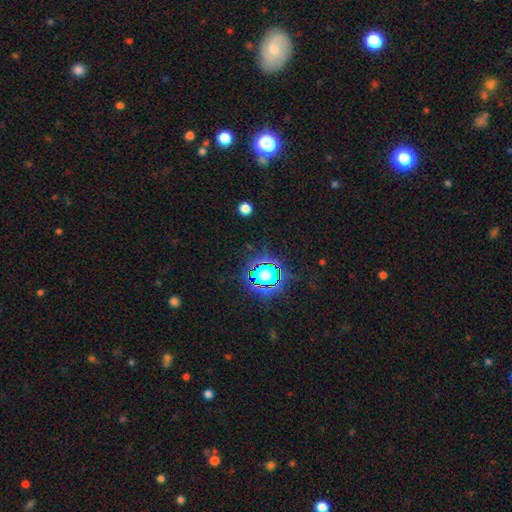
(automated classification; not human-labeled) Smooth or featured? Predicted: star or artifact (p=0.81).